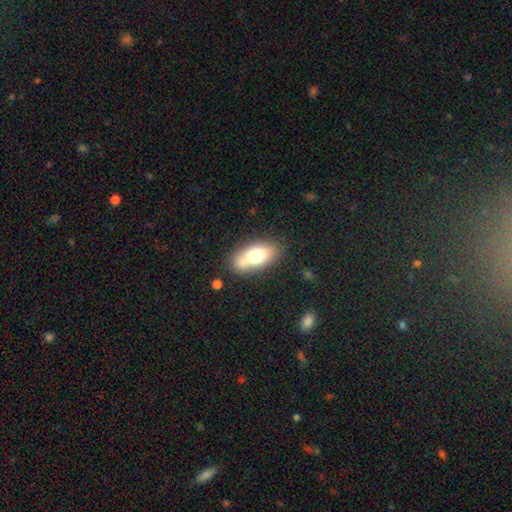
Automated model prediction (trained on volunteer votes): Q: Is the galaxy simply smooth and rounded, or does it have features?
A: smooth — 70%.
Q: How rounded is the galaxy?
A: in between — 87%.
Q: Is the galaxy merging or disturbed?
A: none — 65%.